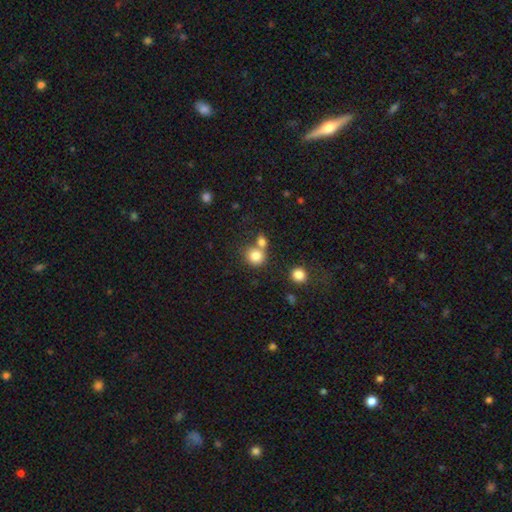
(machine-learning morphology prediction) A smooth galaxy with no disk features (81%) that is round (82%).

Vote fractions:
- Smooth or featured? smooth: 81% / star or artifact: 11% / featured or disk: 8%
- How rounded? round: 82% / in between: 17% / cigar-shaped: 1%
- Merging? none: 51% / merger: 37% / minor disturbance: 9% / major disturbance: 4%